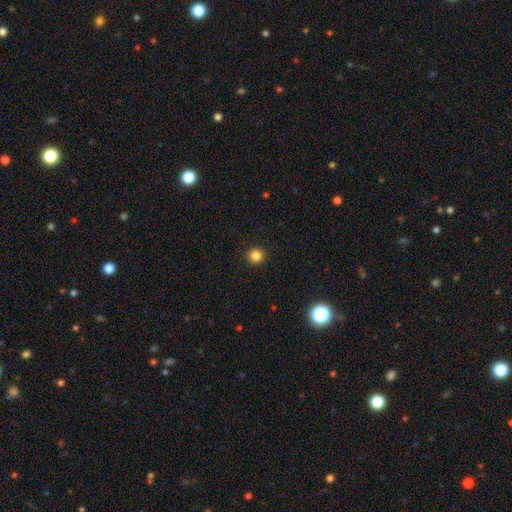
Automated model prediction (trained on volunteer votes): Morphology: type=smooth (84%); roundness=round (94%); merging=none (93%).